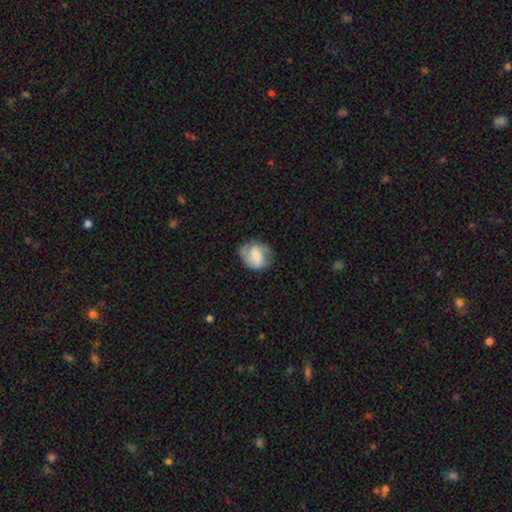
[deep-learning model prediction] This appears to be a featured or disk galaxy (60%) with a weak bar (47%), 2 (67%) medium (45%) spiral arms (90%) and a small central bulge (43%). Merging: none (72%).